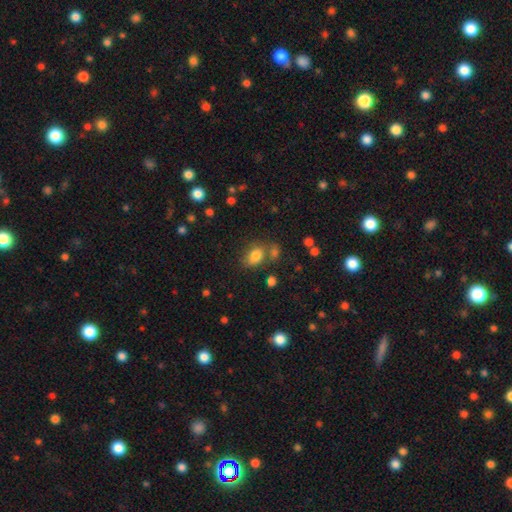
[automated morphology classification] Smooth or featured: smooth — 80% (star or artifact — 11%)
How rounded: in between — 75% (round — 23%)
Merging: none — 59% (merger — 18%)